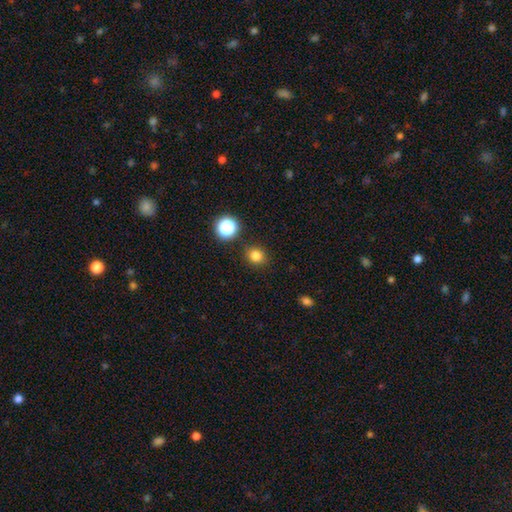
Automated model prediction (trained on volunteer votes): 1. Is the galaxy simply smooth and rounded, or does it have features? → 80% smooth, 15% star or artifact, 5% featured or disk.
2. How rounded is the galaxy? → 81% round, 18% in between, 1% cigar-shaped.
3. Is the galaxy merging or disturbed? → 88% none, 7% minor disturbance, 3% merger, 2% major disturbance.